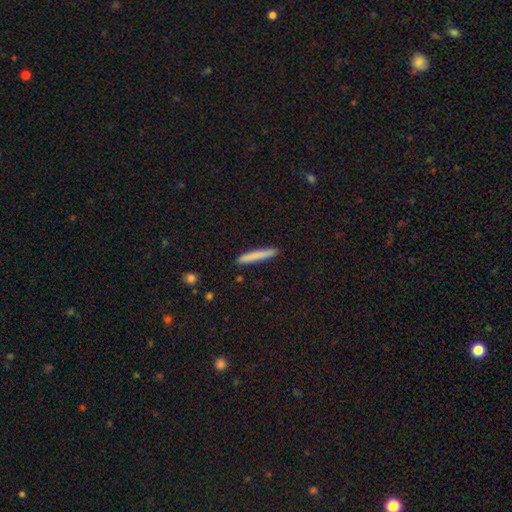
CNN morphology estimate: The model was most divided on "smooth or featured": smooth: 79%, featured or disk: 15%, star or artifact: 6%. More confident: how rounded — cigar-shaped (96%); merging — none (90%).